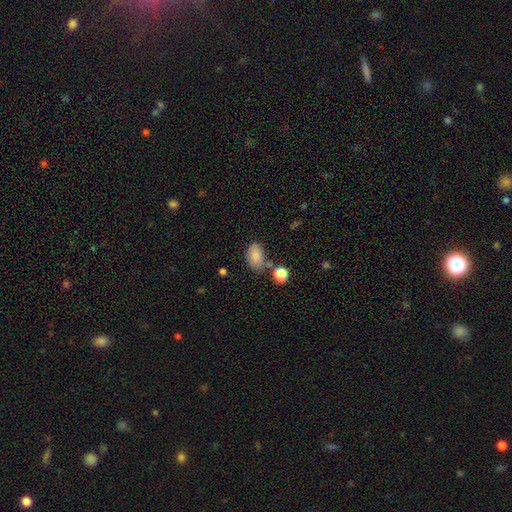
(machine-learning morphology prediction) Smooth or featured? Predicted: smooth (p=0.85). How rounded? Predicted: in between (p=0.87). Merging? Predicted: none (p=0.66).